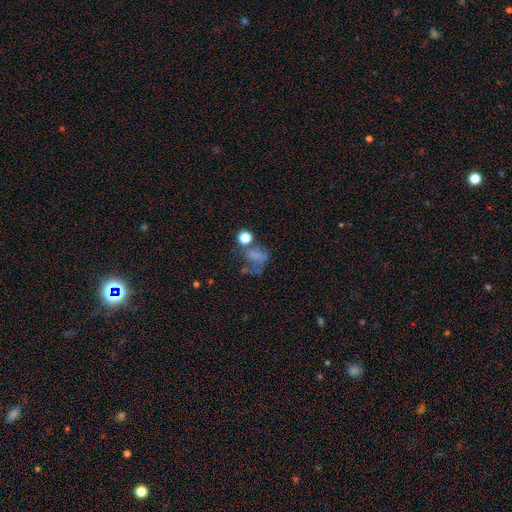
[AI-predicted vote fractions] A smooth galaxy with no disk features (56%) that is in between round and cigar-shaped (50%). Merging: none (33%).